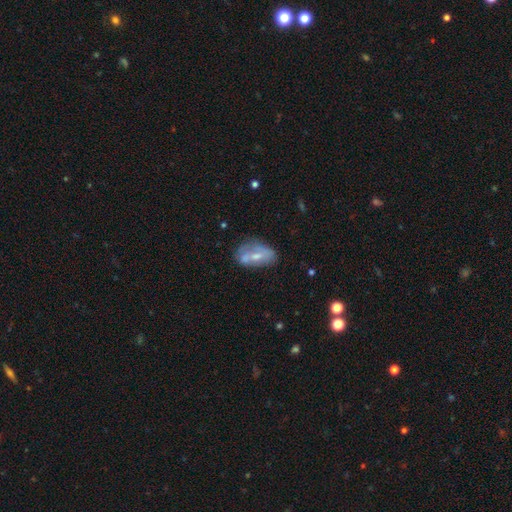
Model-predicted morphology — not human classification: A featured or disk galaxy (47%).

Vote fractions:
- Smooth or featured? featured or disk: 47% / smooth: 45% / star or artifact: 9%
- Merging? none: 43% / minor disturbance: 24% / merger: 20% / major disturbance: 13%